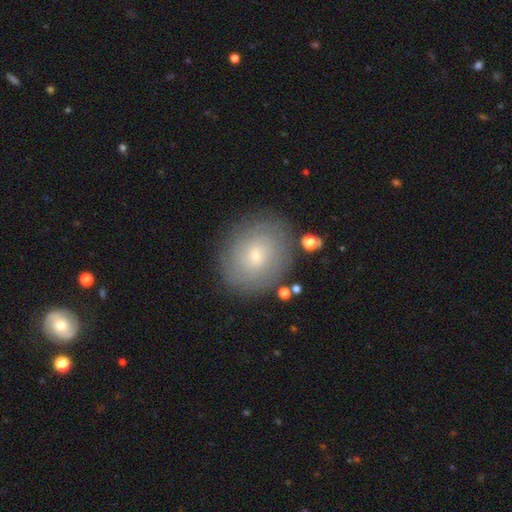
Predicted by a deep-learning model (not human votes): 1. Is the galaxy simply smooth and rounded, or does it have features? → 51% featured or disk, 39% smooth, 10% star or artifact.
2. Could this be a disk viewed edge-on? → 96% no, 4% yes.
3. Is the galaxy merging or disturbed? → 83% none, 11% minor disturbance, 4% major disturbance, 2% merger.